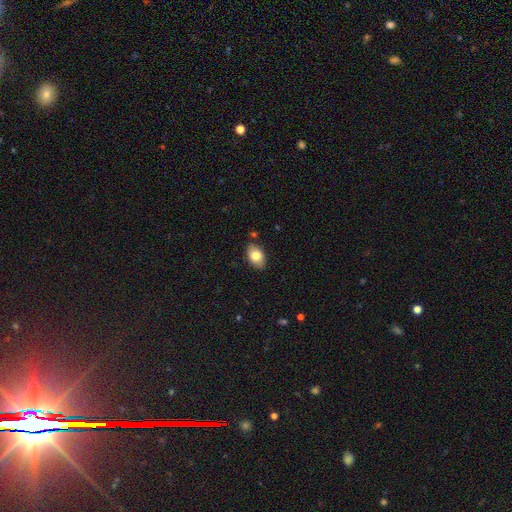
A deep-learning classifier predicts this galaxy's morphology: A smooth galaxy with no disk features (82%) that is in between round and cigar-shaped (88%).

Vote fractions:
- Smooth or featured? smooth: 82% / featured or disk: 11% / star or artifact: 7%
- How rounded? in between: 88% / round: 10% / cigar-shaped: 1%
- Merging? none: 84% / minor disturbance: 12% / major disturbance: 2% / merger: 2%